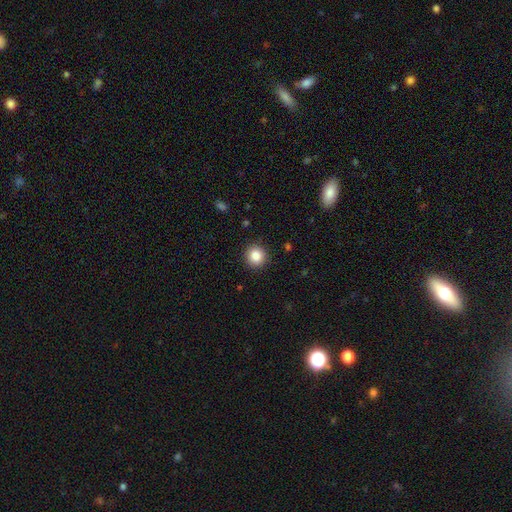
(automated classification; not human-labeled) Morphology: type=smooth (86%); roundness=round (92%); merging=none (91%).